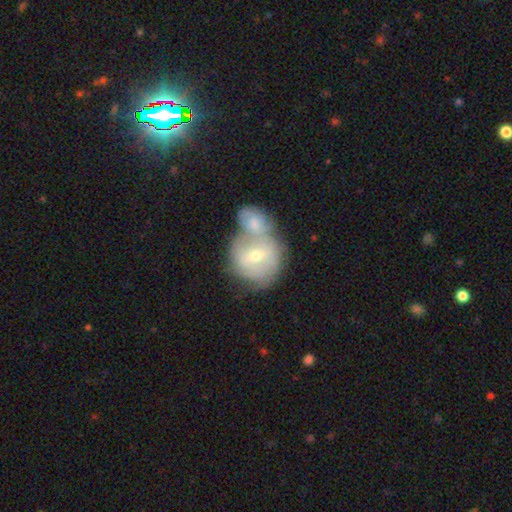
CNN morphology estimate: A featured or disk galaxy (58%) with a weak bar (49%), spiral arms (67%) and a moderate central bulge (54%). Merging: merger (62%).